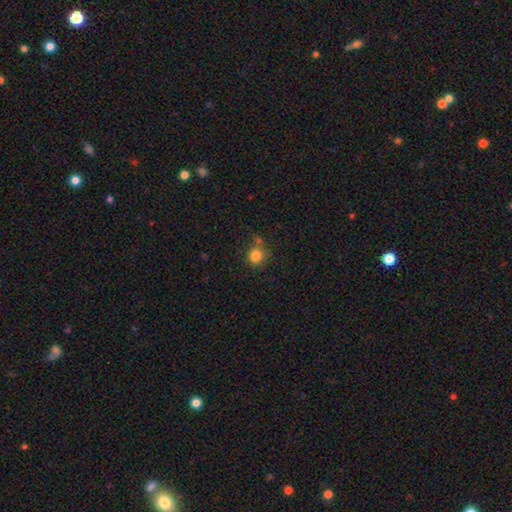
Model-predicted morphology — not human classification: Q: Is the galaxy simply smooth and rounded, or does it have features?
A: smooth — 83%.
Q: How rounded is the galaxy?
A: round — 89%.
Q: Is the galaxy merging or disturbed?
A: none — 70%.